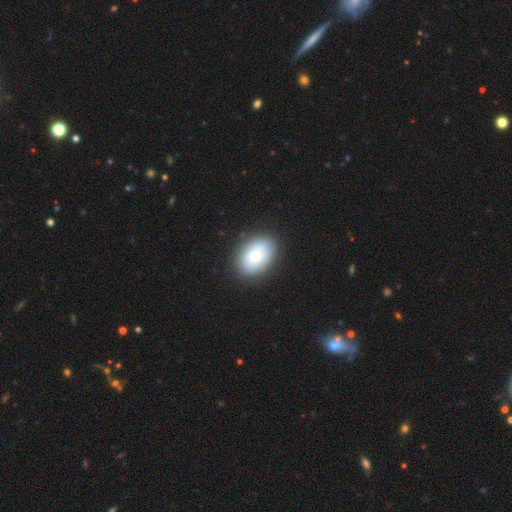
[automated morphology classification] This is clearly a smooth galaxy (82%). How rounded: clearly in between (82%). Merging: clearly none (85%).